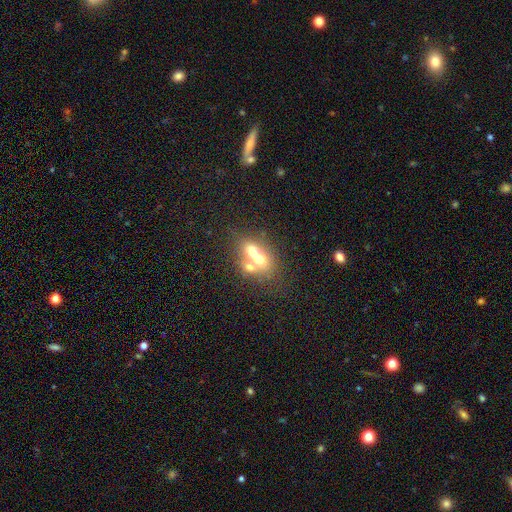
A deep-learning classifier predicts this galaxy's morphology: Smooth or featured?
  - smooth: 56% *
  - featured or disk: 32%
  - star or artifact: 12%
How rounded?
  - in between: 66% *
  - round: 30%
  - cigar-shaped: 4%
Merging?
  - merger: 66% *
  - none: 22%
  - minor disturbance: 7%
  - major disturbance: 5%